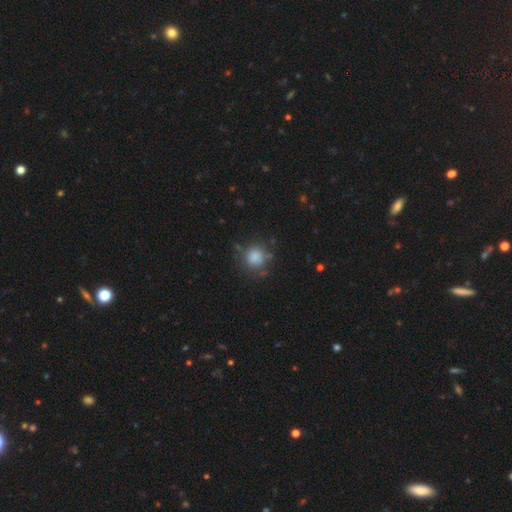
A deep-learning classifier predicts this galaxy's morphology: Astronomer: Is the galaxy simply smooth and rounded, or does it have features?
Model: smooth — 77%.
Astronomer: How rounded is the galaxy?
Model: round — 89%.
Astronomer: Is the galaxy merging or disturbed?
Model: none — 71%.